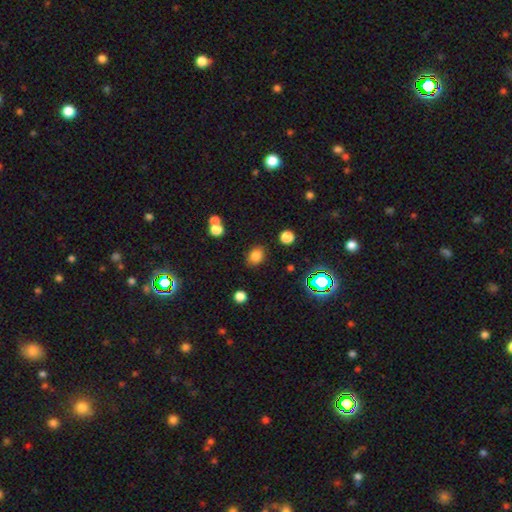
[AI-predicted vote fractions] This appears to be a smooth galaxy with no disk features (80%) that is in between round and cigar-shaped (55%). Merging: none (80%).